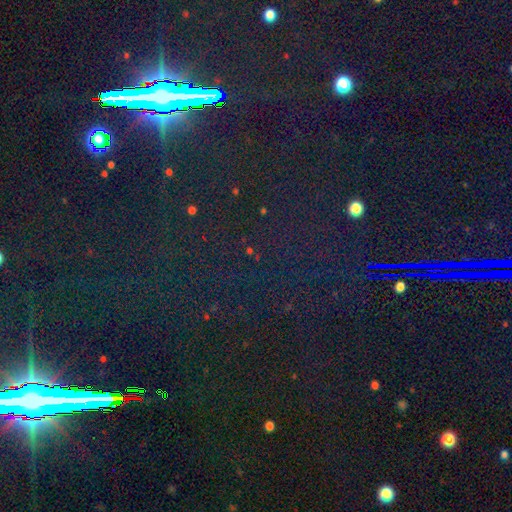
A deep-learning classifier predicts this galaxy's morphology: Smooth or featured: star or artifact — 80% (smooth — 12%)